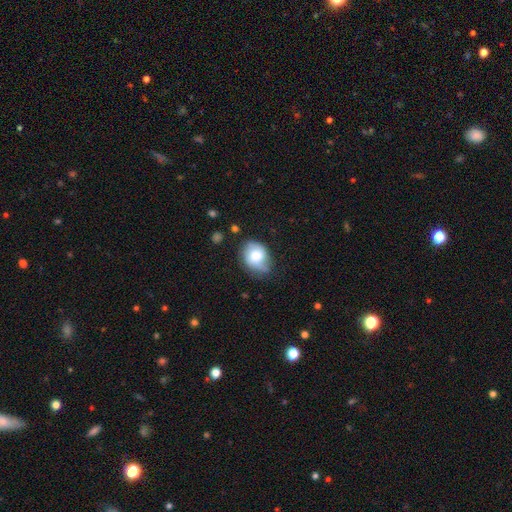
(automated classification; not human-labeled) The model was most divided on "how rounded": in between: 54%, round: 45%, cigar-shaped: 1%. More confident: smooth or featured — smooth (62%); merging — none (55%).